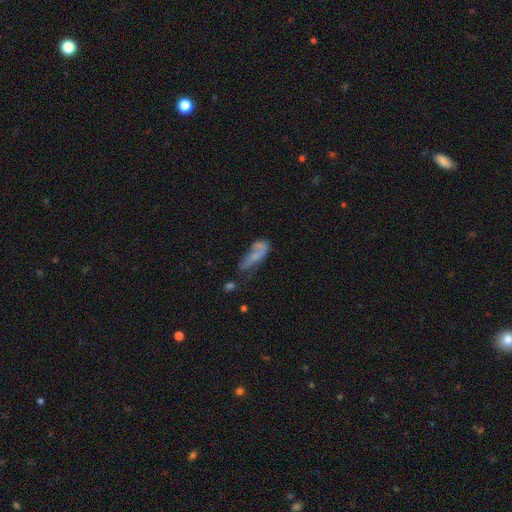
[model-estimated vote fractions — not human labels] smooth_or_featured: smooth (p=0.55) [alt: featured or disk p=0.34]
how_rounded: in between (p=0.59) [alt: cigar-shaped p=0.38]
merging: none (p=0.33) [alt: major disturbance p=0.26]